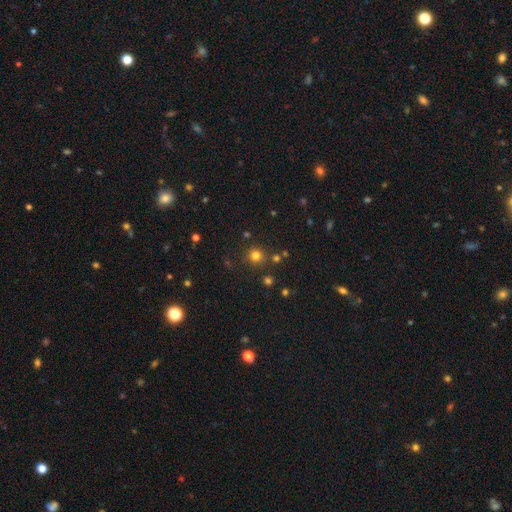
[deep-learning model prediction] Q: Smooth or featured?
A: smooth (76%); runner-up: star or artifact (18%)
Q: How rounded?
A: round (92%); runner-up: in between (7%)
Q: Merging?
A: none (84%); runner-up: minor disturbance (8%)